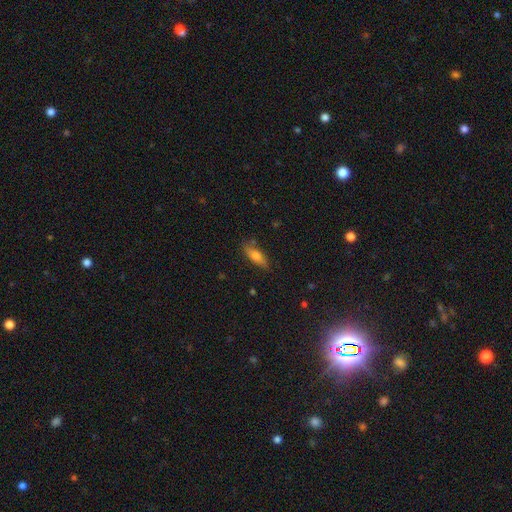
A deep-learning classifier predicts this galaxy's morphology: Smooth or featured?
  - smooth: 74% *
  - featured or disk: 18%
  - star or artifact: 8%
How rounded?
  - in between: 64% *
  - cigar-shaped: 34%
  - round: 2%
Merging?
  - none: 75% *
  - minor disturbance: 18%
  - major disturbance: 4%
  - merger: 3%